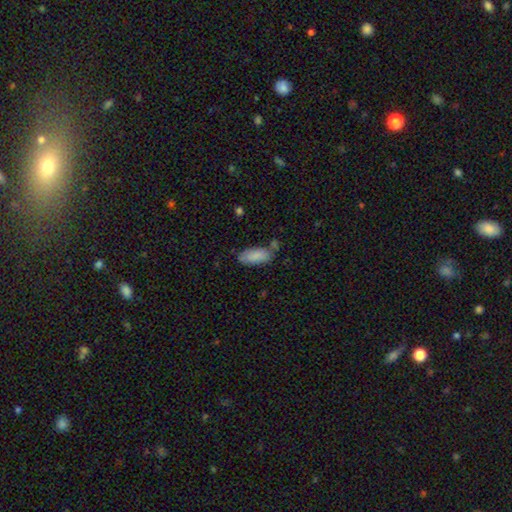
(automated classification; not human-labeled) This is clearly a smooth galaxy (86%). How rounded: clearly in between (85%). Merging: likely none (63%).